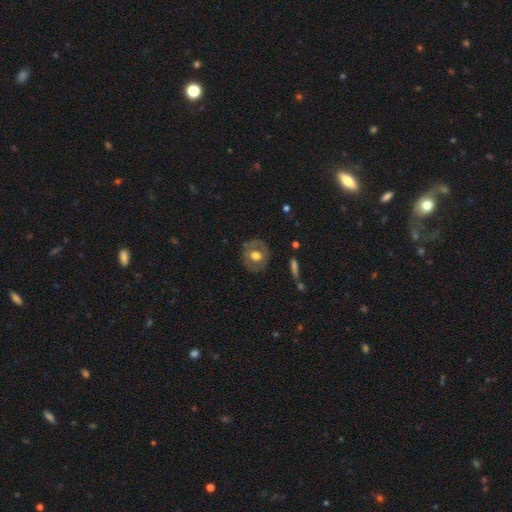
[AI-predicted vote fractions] Smooth or featured?
  - smooth: 51% *
  - featured or disk: 41%
  - star or artifact: 7%
How rounded?
  - round: 79% *
  - in between: 20%
  - cigar-shaped: 1%
Merging?
  - none: 81% *
  - minor disturbance: 13%
  - major disturbance: 4%
  - merger: 2%